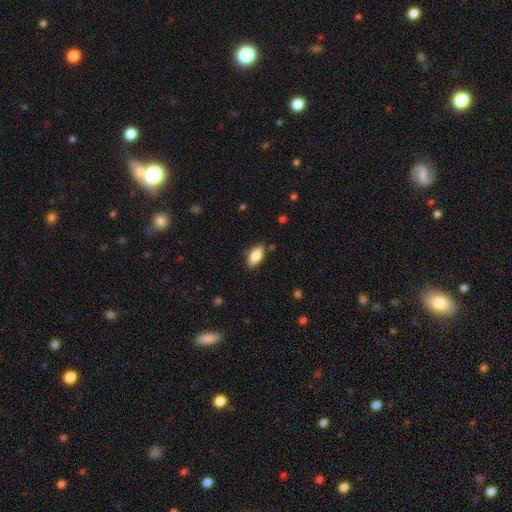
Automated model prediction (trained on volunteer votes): Smooth or featured? Predicted: smooth (p=0.80). How rounded? Predicted: in between (p=0.84). Merging? Predicted: none (p=0.83).